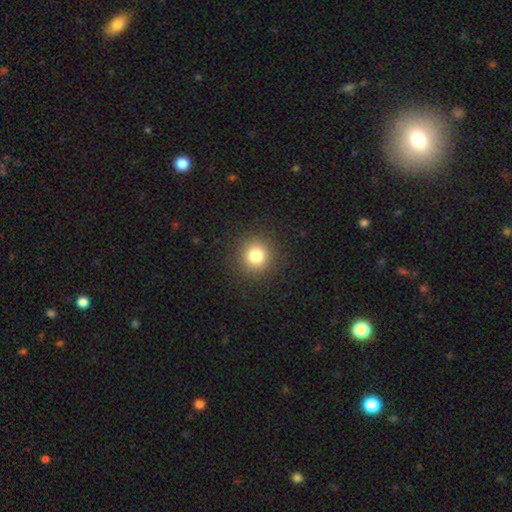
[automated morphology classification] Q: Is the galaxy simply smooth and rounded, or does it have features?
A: smooth — 81%.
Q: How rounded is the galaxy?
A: round — 94%.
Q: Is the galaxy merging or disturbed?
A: none — 91%.